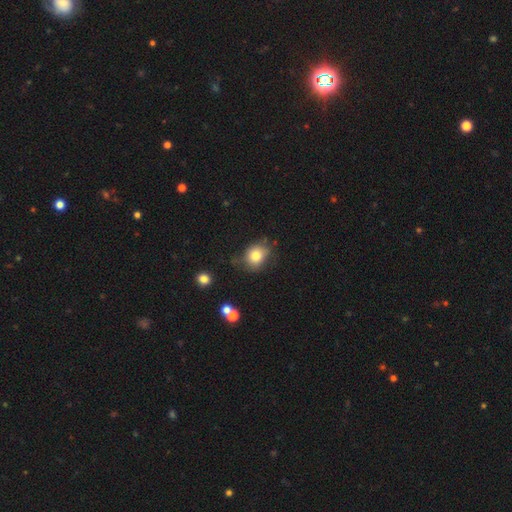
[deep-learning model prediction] Q: Smooth or featured?
A: smooth (79%); runner-up: star or artifact (10%)
Q: How rounded?
A: round (58%); runner-up: in between (41%)
Q: Merging?
A: none (65%); runner-up: minor disturbance (24%)